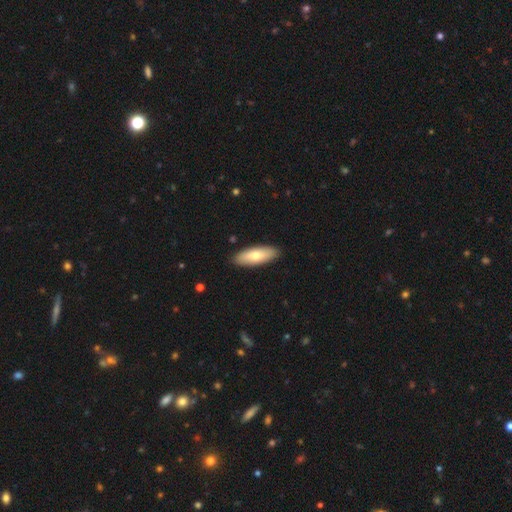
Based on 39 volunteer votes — Morphology: type=smooth (77%); roundness=in between (80%); merging=none (84%).